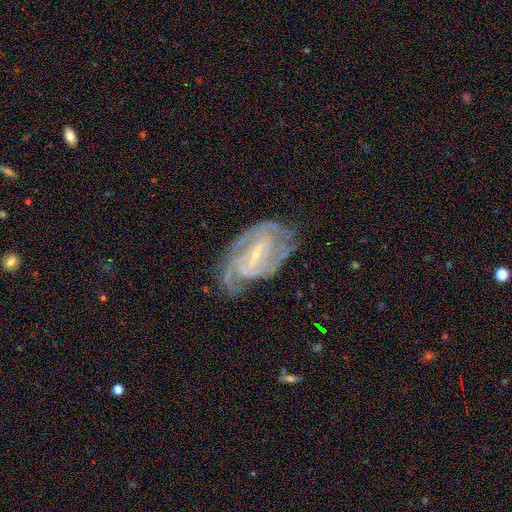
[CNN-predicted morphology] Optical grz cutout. It shows a featured or disk galaxy (87%) with a weak bar (44%), 2 (30%) tight (52%) spiral arms (96%) and a small central bulge (76%). Merging: none (64%).